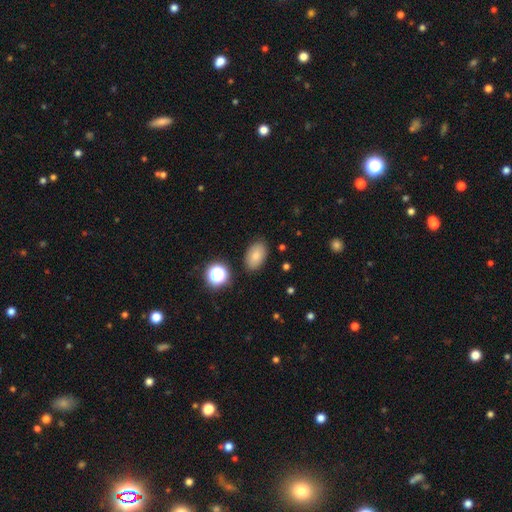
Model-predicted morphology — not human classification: The model was most divided on "smooth or featured": smooth: 81%, star or artifact: 10%, featured or disk: 9%. More confident: how rounded — in between (90%); merging — none (86%).